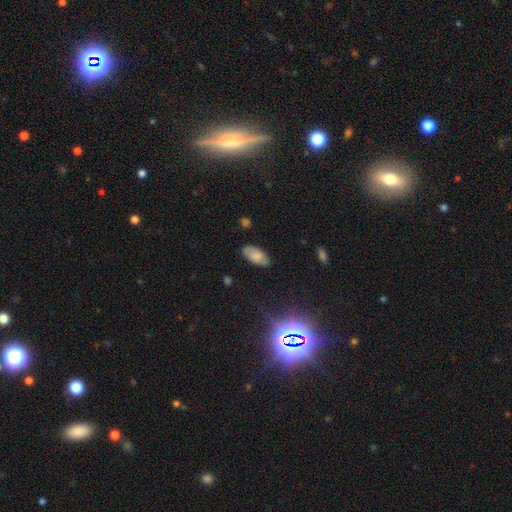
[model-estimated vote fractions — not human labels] Overall: smooth (71%). How rounded: in between (94%). Merging: none (79%).